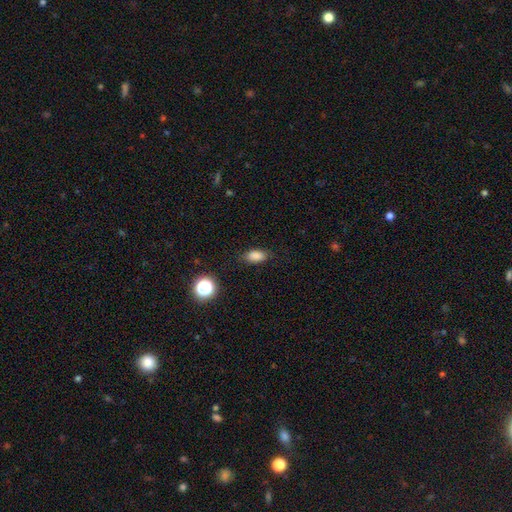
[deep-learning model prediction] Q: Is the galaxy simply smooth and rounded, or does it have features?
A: smooth — 84%.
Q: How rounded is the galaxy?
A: in between — 86%.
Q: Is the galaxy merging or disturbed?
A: none — 82%.